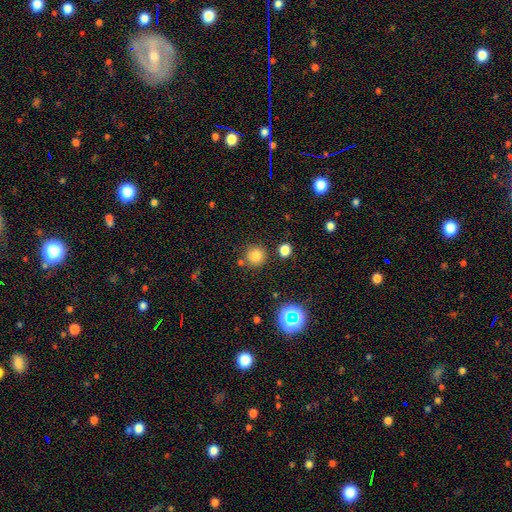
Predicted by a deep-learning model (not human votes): Smooth or featured? Predicted: smooth (p=0.79). How rounded? Predicted: round (p=0.94). Merging? Predicted: none (p=0.82).